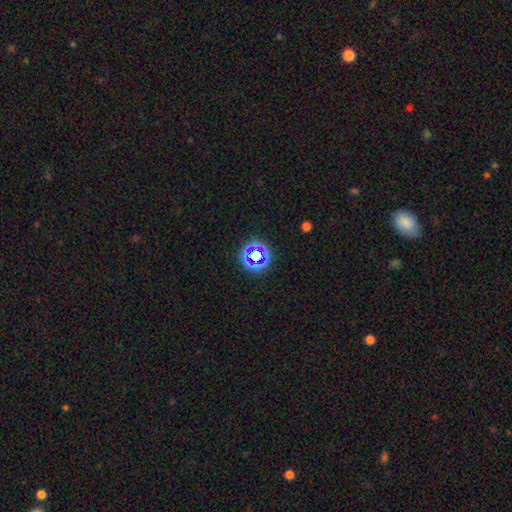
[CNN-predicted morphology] This appears to be a star or artifact, not a galaxy (60%).